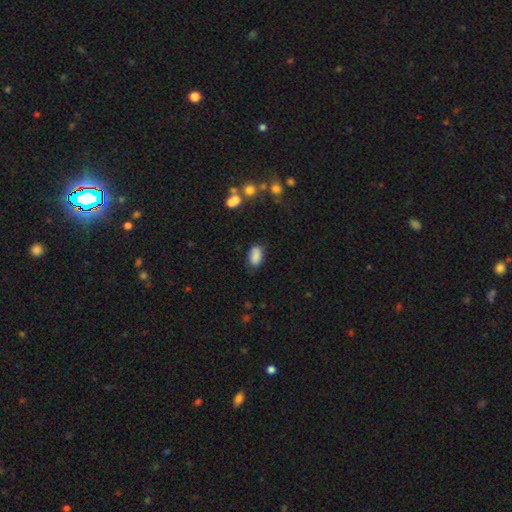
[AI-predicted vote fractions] Q: Smooth or featured?
A: smooth (85%); runner-up: star or artifact (9%)
Q: How rounded?
A: in between (92%); runner-up: round (6%)
Q: Merging?
A: none (71%); runner-up: minor disturbance (21%)